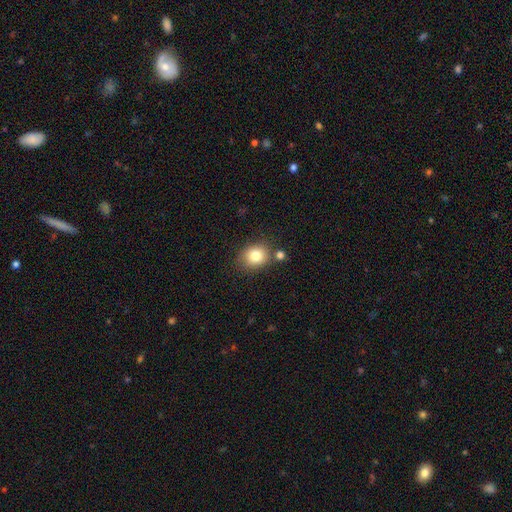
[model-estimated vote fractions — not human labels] smooth_or_featured: smooth (p=0.80) [alt: star or artifact p=0.11]
how_rounded: round (p=0.66) [alt: in between p=0.33]
merging: none (p=0.73) [alt: minor disturbance p=0.13]